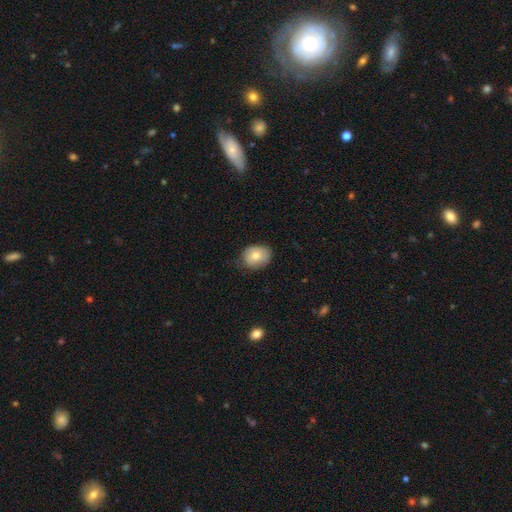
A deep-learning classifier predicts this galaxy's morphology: smooth_or_featured: smooth (p=0.77) [alt: featured or disk p=0.15]
how_rounded: in between (p=0.51) [alt: round p=0.49]
merging: none (p=0.71) [alt: minor disturbance p=0.24]